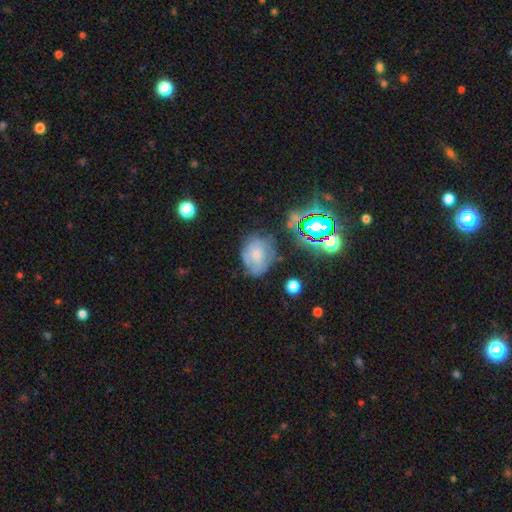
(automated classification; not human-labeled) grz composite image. It shows a smooth galaxy with no disk features (43%, tied with featured or disk). Merging: none (53%).